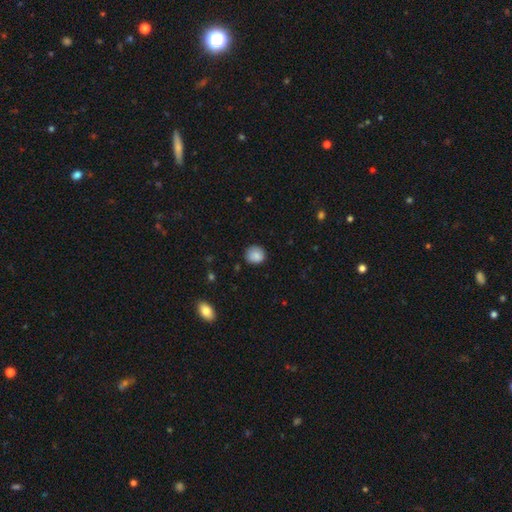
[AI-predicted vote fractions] Smooth or featured?
  - smooth: 86% *
  - star or artifact: 8%
  - featured or disk: 6%
How rounded?
  - round: 84% *
  - in between: 15%
  - cigar-shaped: 1%
Merging?
  - none: 81% *
  - minor disturbance: 15%
  - major disturbance: 3%
  - merger: 1%